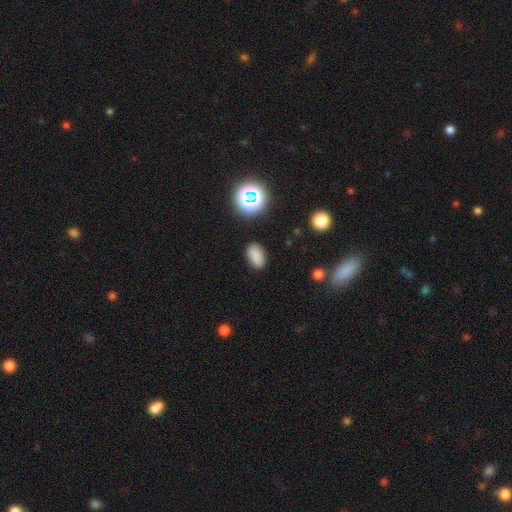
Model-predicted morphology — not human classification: type=smooth (82%); roundness=in between (91%); merging=none (86%).